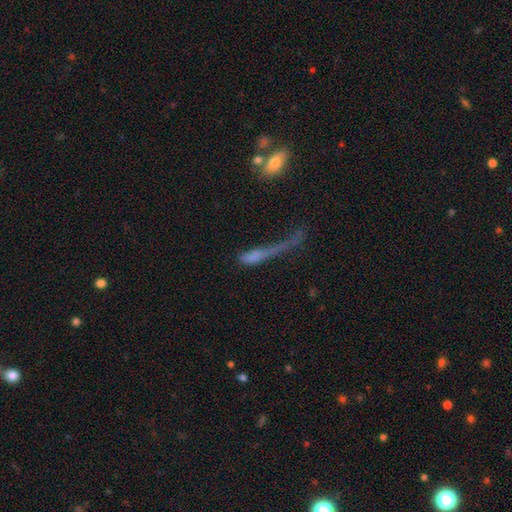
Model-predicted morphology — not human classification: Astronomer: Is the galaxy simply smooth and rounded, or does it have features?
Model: smooth — 56%.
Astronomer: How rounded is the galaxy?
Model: cigar-shaped — 64%.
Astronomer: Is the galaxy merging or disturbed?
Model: major disturbance — 52%.